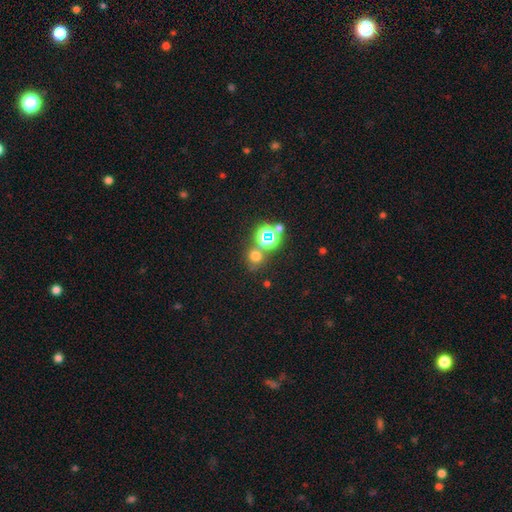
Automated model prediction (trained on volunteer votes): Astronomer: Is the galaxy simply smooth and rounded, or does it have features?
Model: smooth — 62%.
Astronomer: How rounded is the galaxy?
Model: round — 88%.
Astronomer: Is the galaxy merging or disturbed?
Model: none — 69%.